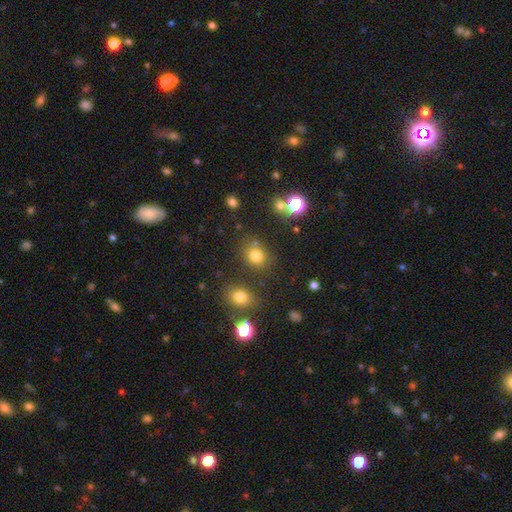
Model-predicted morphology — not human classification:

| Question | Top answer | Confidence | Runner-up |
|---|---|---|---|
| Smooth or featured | smooth | 76% | star or artifact (17%) |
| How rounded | round | 70% | in between (29%) |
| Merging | none | 72% | minor disturbance (13%) |